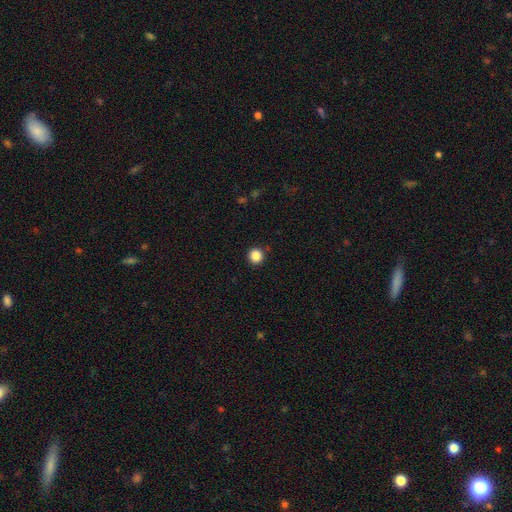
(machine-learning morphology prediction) smooth_or_featured: smooth (p=0.86) [alt: star or artifact p=0.11]
how_rounded: round (p=0.94) [alt: in between p=0.05]
merging: none (p=0.92) [alt: minor disturbance p=0.05]